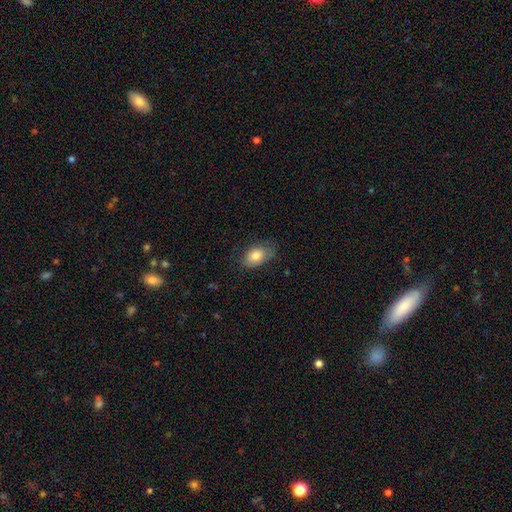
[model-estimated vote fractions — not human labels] Q: Smooth or featured?
A: smooth (81%); runner-up: featured or disk (11%)
Q: How rounded?
A: in between (87%); runner-up: round (11%)
Q: Merging?
A: none (64%); runner-up: minor disturbance (26%)